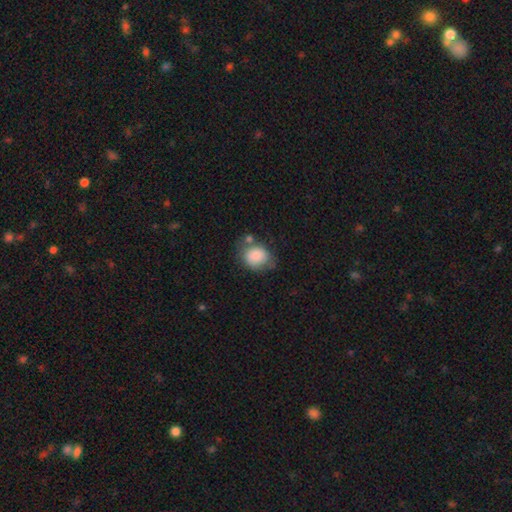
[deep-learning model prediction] smooth_or_featured: smooth (p=0.82) [alt: featured or disk p=0.11]
how_rounded: round (p=0.53) [alt: in between p=0.46]
merging: none (p=0.50) [alt: minor disturbance p=0.26]